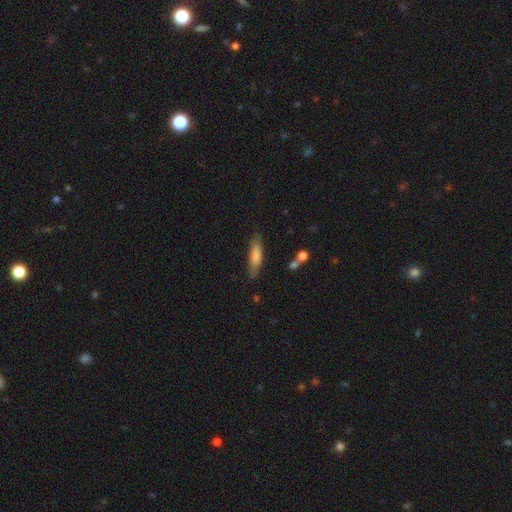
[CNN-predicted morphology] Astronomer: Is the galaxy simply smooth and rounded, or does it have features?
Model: smooth — 75%.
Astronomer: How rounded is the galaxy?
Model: cigar-shaped — 68%.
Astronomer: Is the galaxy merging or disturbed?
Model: none — 76%.